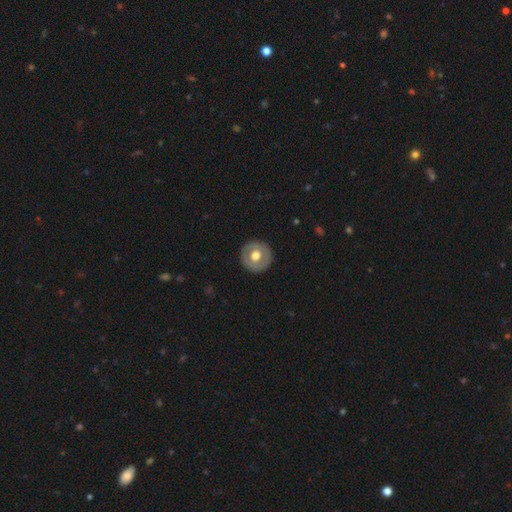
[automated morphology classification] Smooth or featured: smooth — 49% (featured or disk — 46%)
Merging: none — 88% (minor disturbance — 8%)